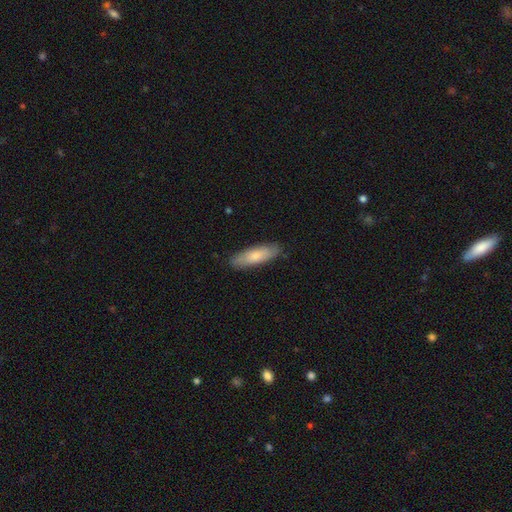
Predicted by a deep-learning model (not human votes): This is likely a smooth galaxy (77%). How rounded: possibly cigar-shaped (55%). Merging: clearly none (85%).